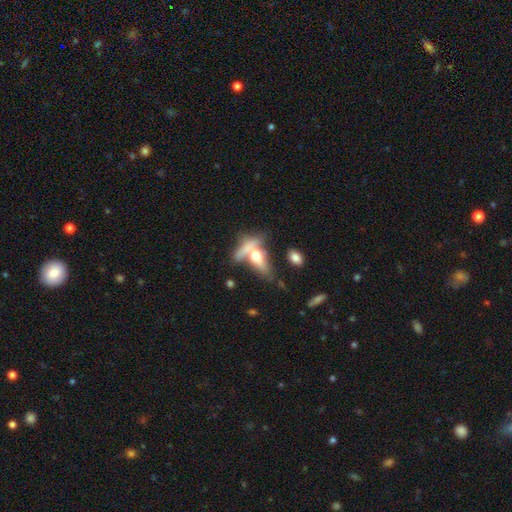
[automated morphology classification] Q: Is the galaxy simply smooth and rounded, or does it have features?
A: smooth — 57%.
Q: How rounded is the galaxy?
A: in between — 53%.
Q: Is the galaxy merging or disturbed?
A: merger — 40%.